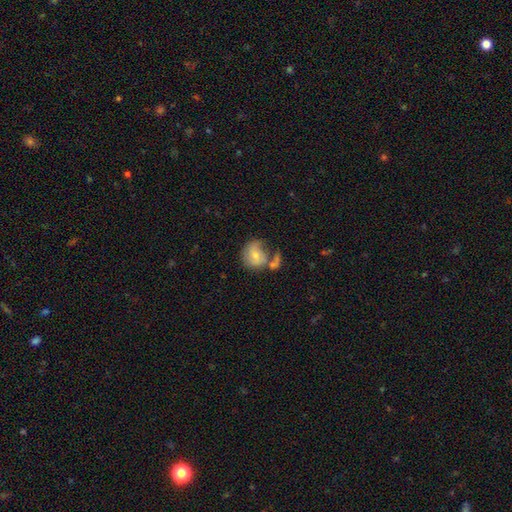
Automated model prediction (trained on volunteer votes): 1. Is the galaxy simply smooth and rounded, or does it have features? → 57% smooth, 35% featured or disk, 8% star or artifact.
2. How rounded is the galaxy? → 64% round, 35% in between, 1% cigar-shaped.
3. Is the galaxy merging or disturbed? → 35% none, 28% merger, 20% minor disturbance, 17% major disturbance.